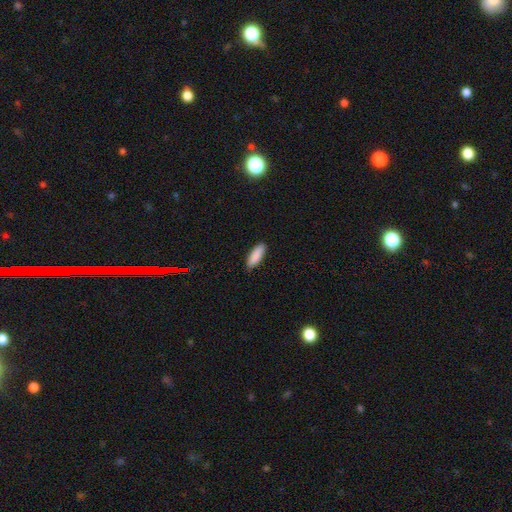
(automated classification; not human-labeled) A smooth galaxy with no disk features (89%) that is in between round and cigar-shaped (61%).

Vote fractions:
- Smooth or featured? smooth: 89% / star or artifact: 6% / featured or disk: 4%
- How rounded? in between: 61% / cigar-shaped: 37% / round: 2%
- Merging? none: 88% / minor disturbance: 10% / major disturbance: 2% / merger: 1%